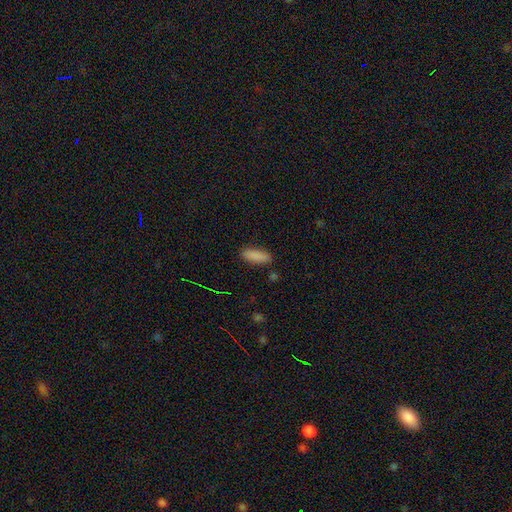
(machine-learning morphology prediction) The model was most divided on "how rounded": in between: 60%, cigar-shaped: 38%, round: 2%. More confident: smooth or featured — smooth (86%); merging — none (85%).